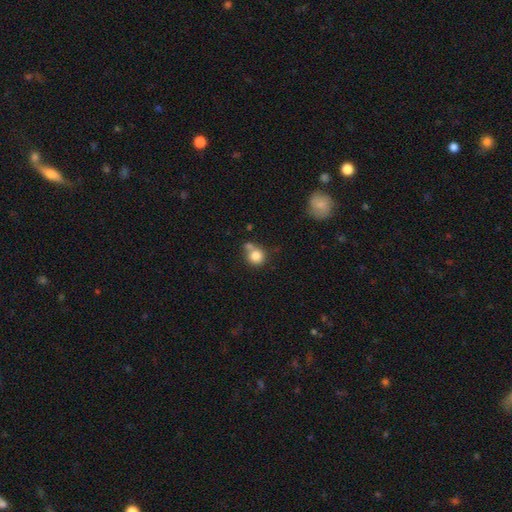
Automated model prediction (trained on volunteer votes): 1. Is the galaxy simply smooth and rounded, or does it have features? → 82% smooth, 10% star or artifact, 8% featured or disk.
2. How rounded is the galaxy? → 88% round, 11% in between, 1% cigar-shaped.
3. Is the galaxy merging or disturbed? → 52% none, 30% merger, 13% minor disturbance, 5% major disturbance.